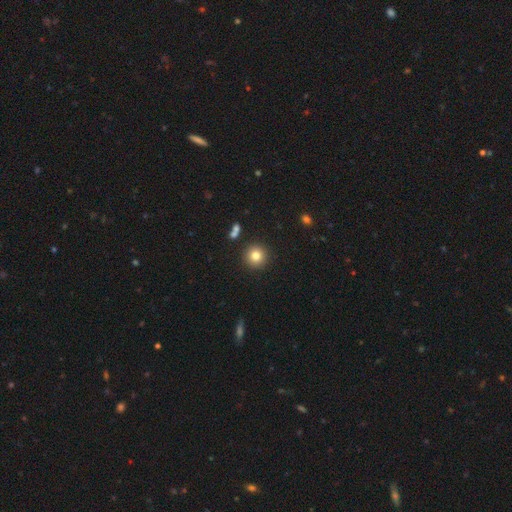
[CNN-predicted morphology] type=smooth (80%); roundness=round (95%); merging=none (89%).